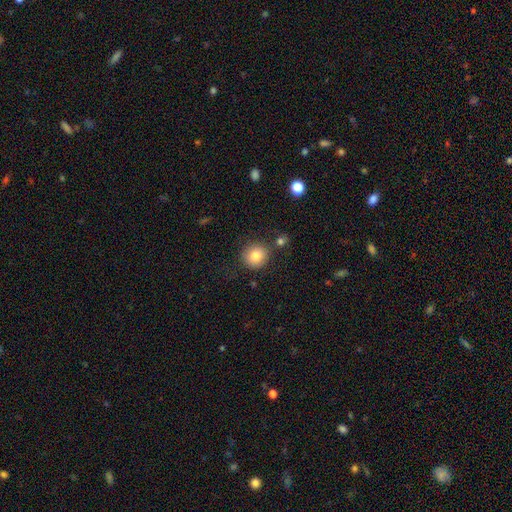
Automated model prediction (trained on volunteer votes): The model was most divided on "smooth or featured": smooth: 81%, star or artifact: 10%, featured or disk: 9%. More confident: how rounded — round (91%); merging — none (81%).